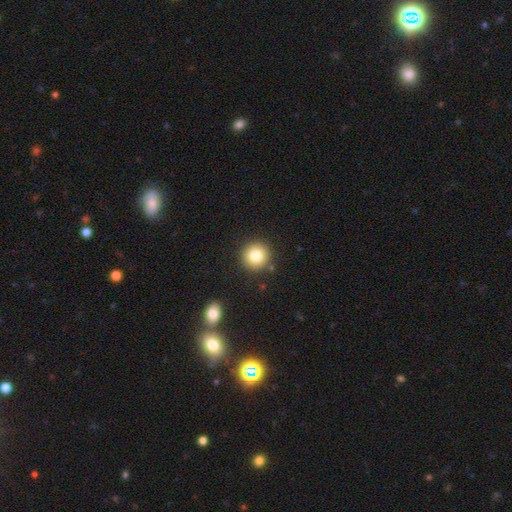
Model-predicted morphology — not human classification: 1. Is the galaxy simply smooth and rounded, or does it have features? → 82% smooth, 10% star or artifact, 8% featured or disk.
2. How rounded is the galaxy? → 94% round, 5% in between, 1% cigar-shaped.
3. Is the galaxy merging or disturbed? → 89% none, 6% minor disturbance, 2% merger, 2% major disturbance.